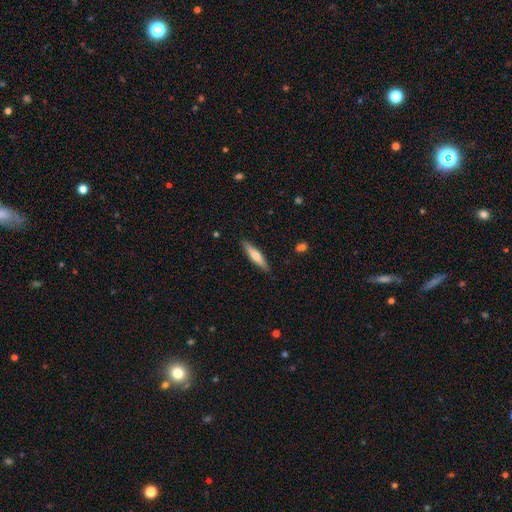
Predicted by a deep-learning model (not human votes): This appears to be a smooth galaxy with no disk features (61%) that is cigar-shaped (82%). Merging: none (88%).